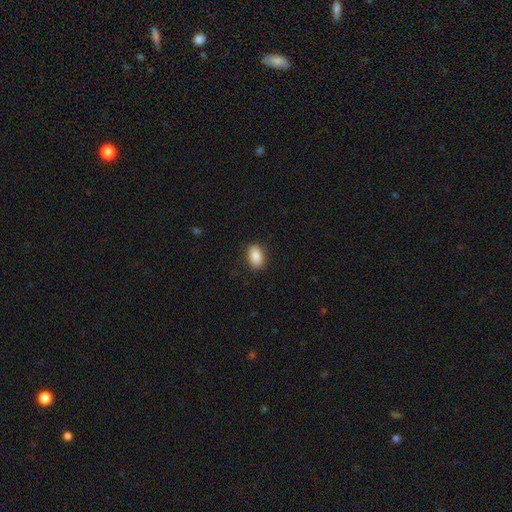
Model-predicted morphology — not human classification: Smooth or featured: smooth — 86% (star or artifact — 8%)
How rounded: in between — 88% (round — 10%)
Merging: none — 87% (minor disturbance — 9%)